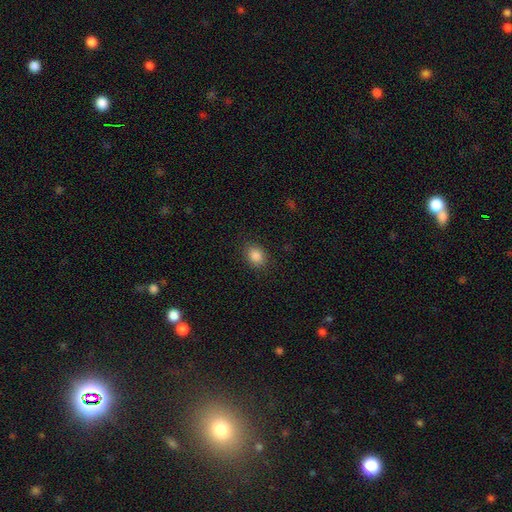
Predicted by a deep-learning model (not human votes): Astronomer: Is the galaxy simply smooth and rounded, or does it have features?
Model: smooth — 86%.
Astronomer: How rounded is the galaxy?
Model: in between — 50% (runner-up: round, 49%).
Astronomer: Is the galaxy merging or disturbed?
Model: none — 86%.